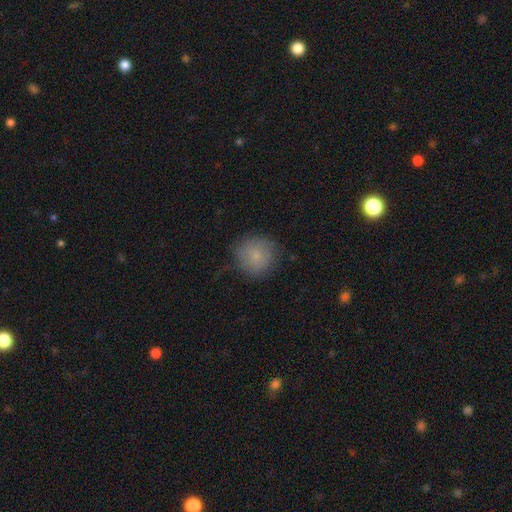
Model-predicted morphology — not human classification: A smooth galaxy with no disk features (79%) that is round (91%).

Vote fractions:
- Smooth or featured? smooth: 79% / featured or disk: 12% / star or artifact: 9%
- How rounded? round: 91% / in between: 8% / cigar-shaped: 1%
- Merging? none: 74% / minor disturbance: 19% / major disturbance: 6% / merger: 1%